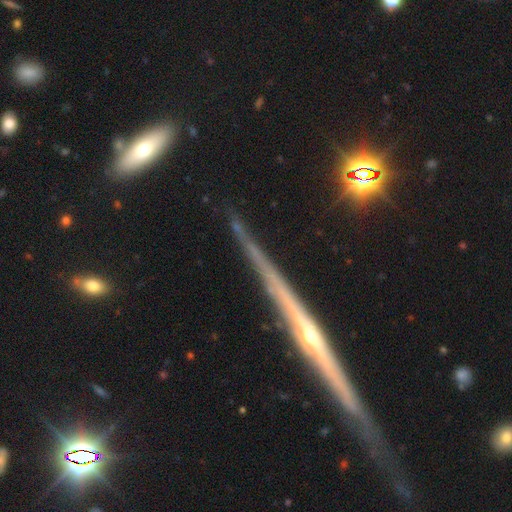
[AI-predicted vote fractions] The model was most divided on "edge-on bulge": rounded: 68%, none: 25%, boxy: 7%. More confident: edge-on disk — yes (96%); merging — none (80%); smooth or featured — featured or disk (77%).